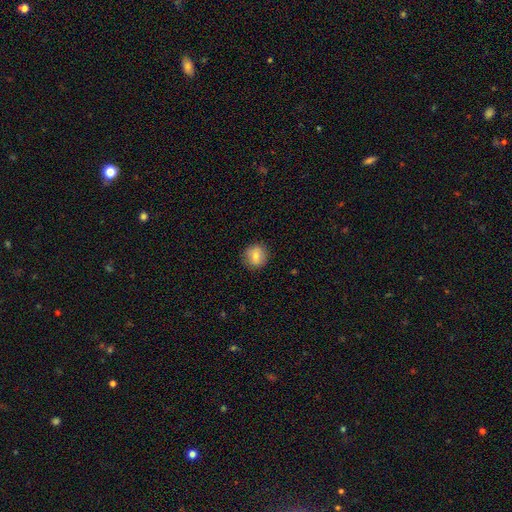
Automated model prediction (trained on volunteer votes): Smooth or featured: smooth — 79% (featured or disk — 12%)
How rounded: round — 90% (in between — 9%)
Merging: none — 89% (minor disturbance — 8%)